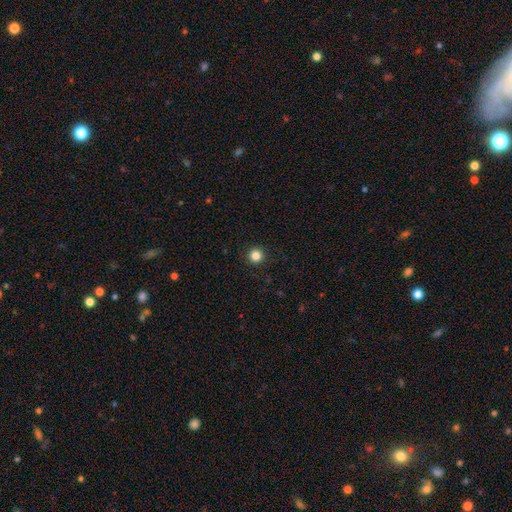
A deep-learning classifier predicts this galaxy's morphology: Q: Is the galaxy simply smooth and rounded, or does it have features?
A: smooth — 84%.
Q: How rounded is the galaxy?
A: round — 96%.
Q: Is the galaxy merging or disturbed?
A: none — 93%.